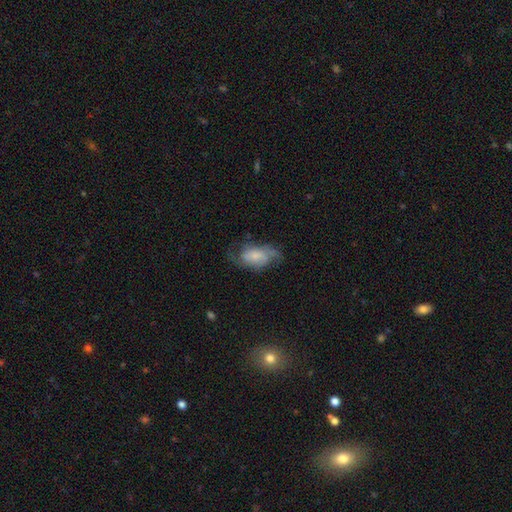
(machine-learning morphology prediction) Smooth or featured? featured or disk (55%)
Edge-on disk? no (95%)
Bar? no (64%)
Spiral arms? yes (81%)
Bulge size? small (41%)
Merging? none (49%)